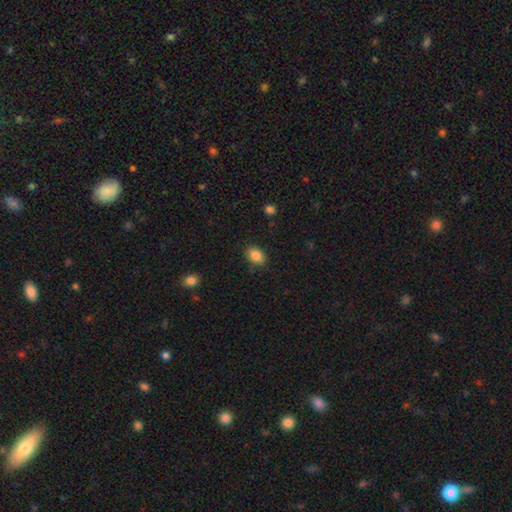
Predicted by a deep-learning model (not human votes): smooth_or_featured: smooth (p=0.86) [alt: star or artifact p=0.09]
how_rounded: in between (p=0.82) [alt: round p=0.17]
merging: none (p=0.84) [alt: minor disturbance p=0.12]